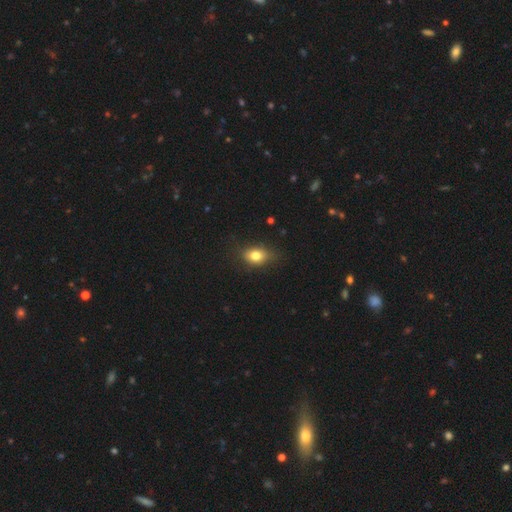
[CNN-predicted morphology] A smooth galaxy with no disk features (80%) that is in between round and cigar-shaped (69%).

Vote fractions:
- Smooth or featured? smooth: 80% / star or artifact: 10% / featured or disk: 10%
- How rounded? in between: 69% / round: 29% / cigar-shaped: 2%
- Merging? none: 75% / minor disturbance: 19% / major disturbance: 5% / merger: 1%